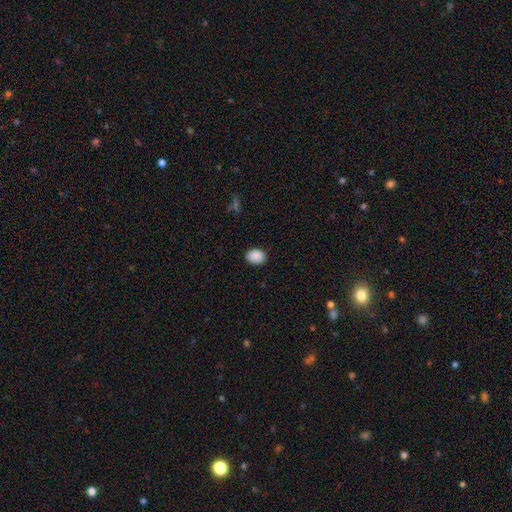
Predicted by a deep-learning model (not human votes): smooth-or-featured: smooth: 90% | star or artifact: 8% | featured or disk: 3%
  how-rounded: in between: 63% | round: 36% | cigar-shaped: 1%
  merging: none: 87% | minor disturbance: 10% | major disturbance: 2% | merger: 1%